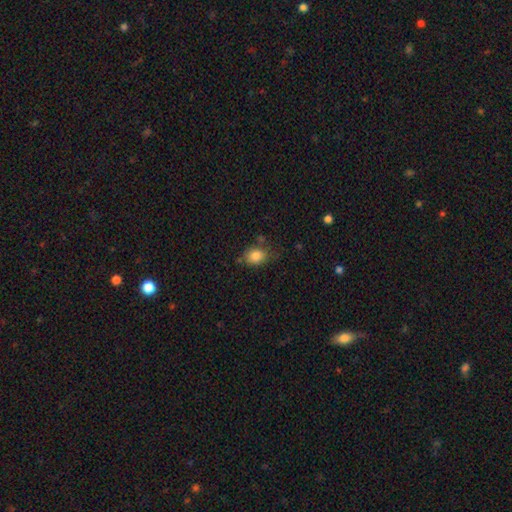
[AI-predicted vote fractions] Smooth or featured? smooth (84%)
How rounded? in between (52%)
Merging? none (66%)